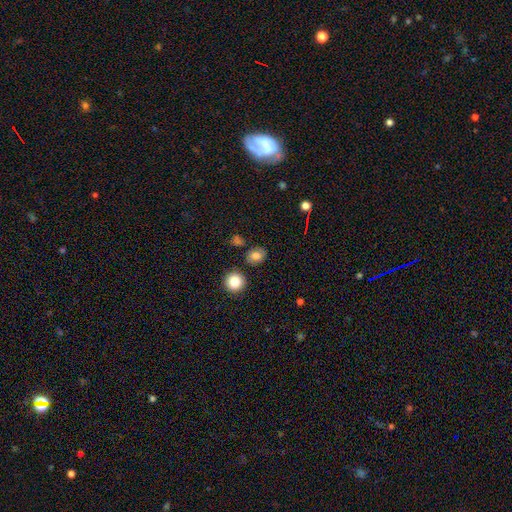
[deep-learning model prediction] This is likely a smooth galaxy (73%). How rounded: possibly round (53%). Merging: likely none (77%).